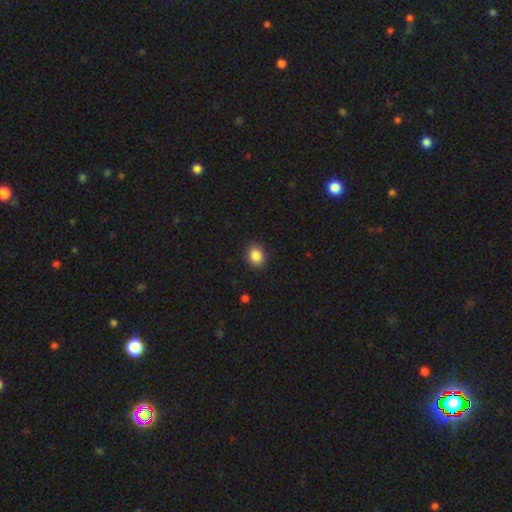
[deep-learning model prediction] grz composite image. It shows a smooth galaxy with no disk features (87%) that is round (53%). Merging: none (88%).